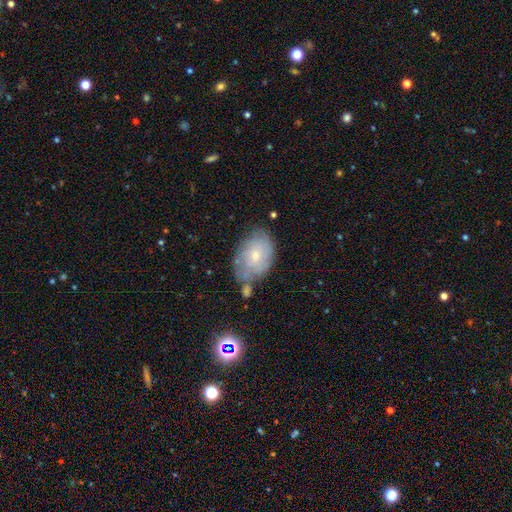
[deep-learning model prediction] A smooth galaxy with no disk features (46%). Merging: none (55%).